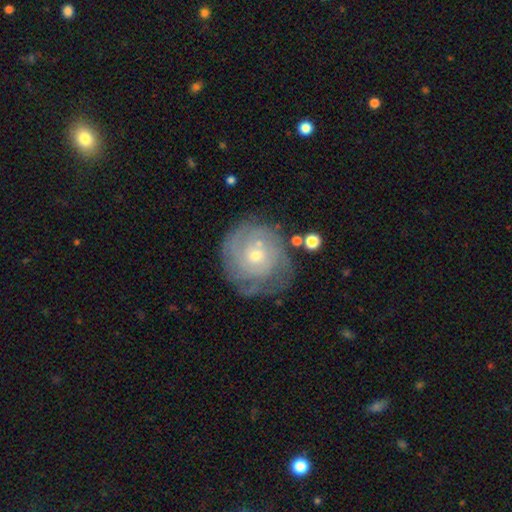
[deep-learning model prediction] Smooth or featured? featured or disk (73%)
Edge-on disk? no (97%)
Bar? no (78%)
Spiral arms? yes (87%)
Spiral winding? tight (75%)
Spiral arm count? can't tell (50%)
Bulge size? small (56%)
Merging? none (73%)